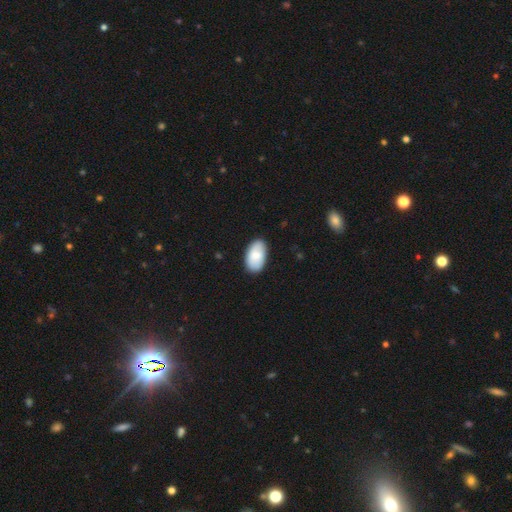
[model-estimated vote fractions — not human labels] Overall: smooth (80%). How rounded: in between (95%). Merging: none (85%).